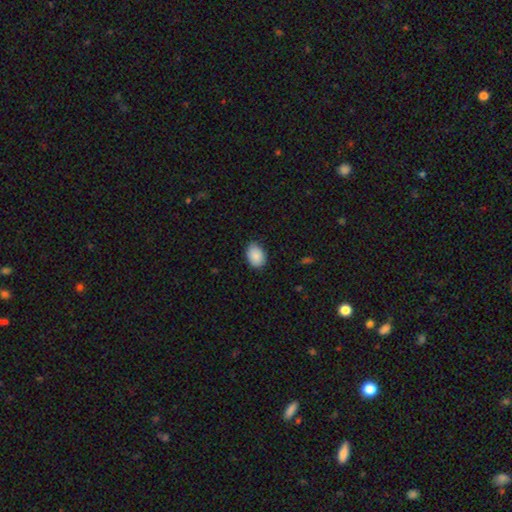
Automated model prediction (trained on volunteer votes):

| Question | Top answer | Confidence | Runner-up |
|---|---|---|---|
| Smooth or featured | smooth | 89% | star or artifact (7%) |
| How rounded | in between | 76% | round (23%) |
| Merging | none | 82% | minor disturbance (15%) |